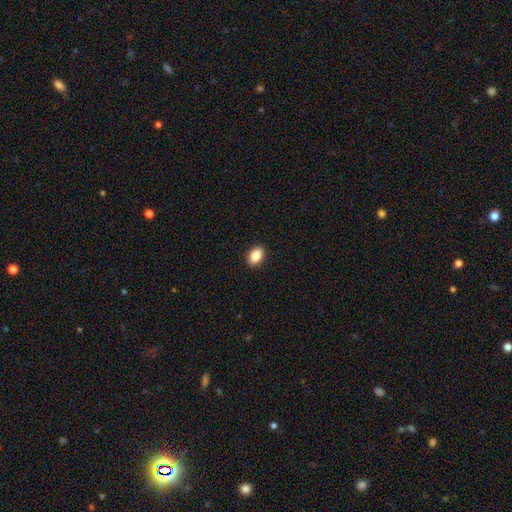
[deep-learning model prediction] smooth-or-featured: smooth: 86% | star or artifact: 8% | featured or disk: 6%
  how-rounded: in between: 86% | round: 12% | cigar-shaped: 2%
  merging: none: 91% | minor disturbance: 7% | major disturbance: 2% | merger: 1%